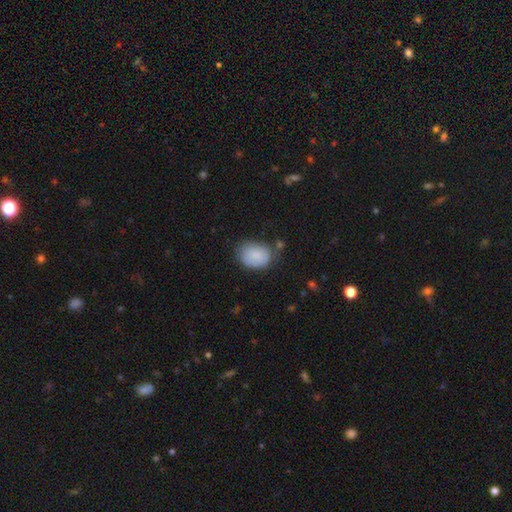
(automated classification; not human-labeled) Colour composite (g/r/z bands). It shows a smooth galaxy with no disk features (85%) that is in between round and cigar-shaped (63%). Merging: none (63%).